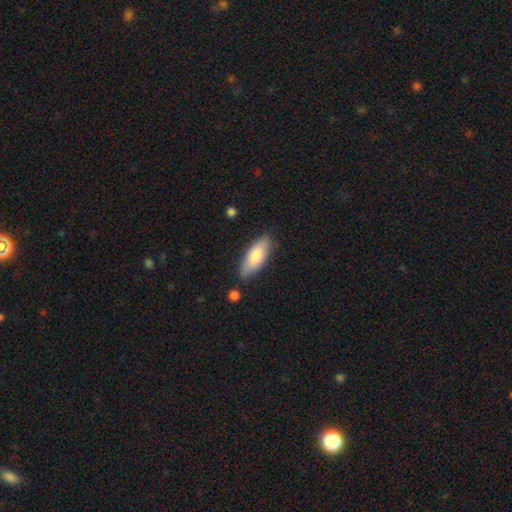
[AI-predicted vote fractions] This appears to be a smooth galaxy with no disk features (78%) that is in between round and cigar-shaped (69%). Merging: none (82%).